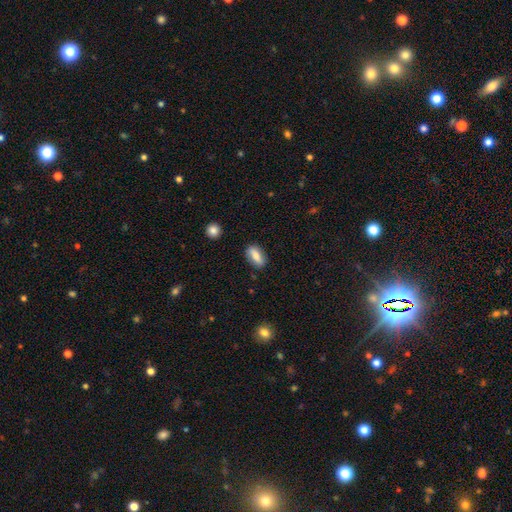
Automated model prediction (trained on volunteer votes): The model was most divided on "smooth or featured": smooth: 74%, featured or disk: 19%, star or artifact: 7%. More confident: how rounded — in between (83%); merging — none (83%).